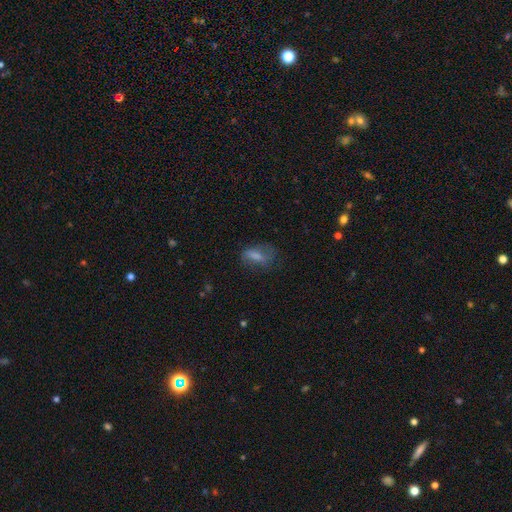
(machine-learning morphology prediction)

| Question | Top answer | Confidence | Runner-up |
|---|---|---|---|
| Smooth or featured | smooth | 55% | featured or disk (30%) |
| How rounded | in between | 71% | cigar-shaped (21%) |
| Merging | none | 62% | minor disturbance (23%) |